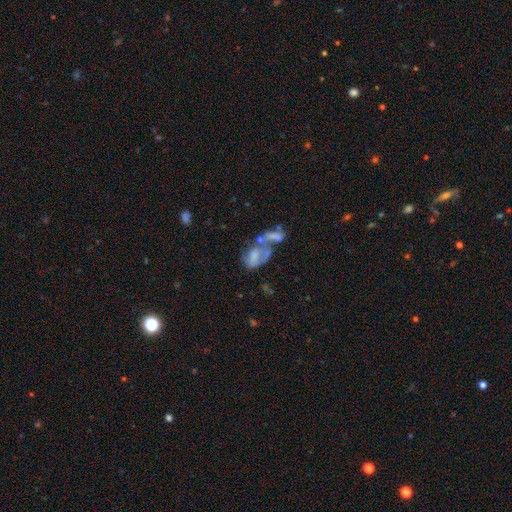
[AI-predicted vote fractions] featured or disk 46%, smooth 42%, star or artifact 13%. Down the decision tree: merging — merger (49%).